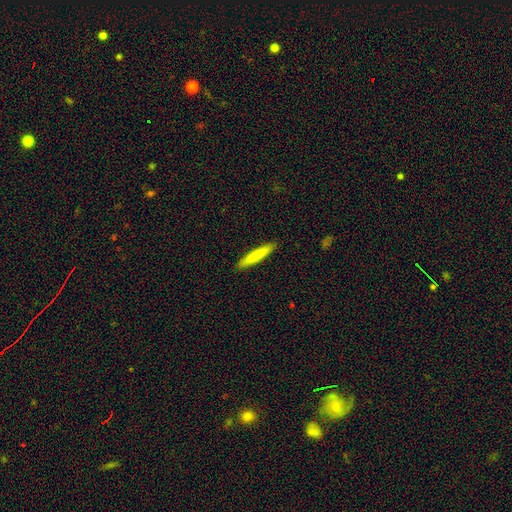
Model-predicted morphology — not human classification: smooth-or-featured: smooth: 79% | featured or disk: 16% | star or artifact: 6%
  how-rounded: cigar-shaped: 94% | in between: 5% | round: 1%
  merging: none: 91% | minor disturbance: 7% | major disturbance: 1% | merger: 1%